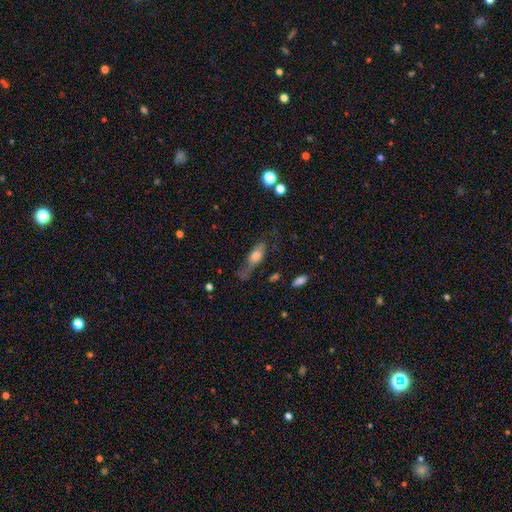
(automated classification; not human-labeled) smooth 56%, featured or disk 35%, star or artifact 9%. Down the decision tree: how rounded — in between (59%); merging — none (41%).